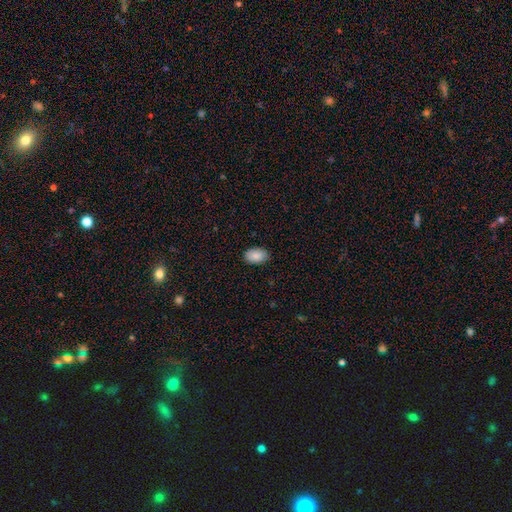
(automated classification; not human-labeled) Smooth or featured? smooth (88%)
How rounded? in between (88%)
Merging? none (86%)